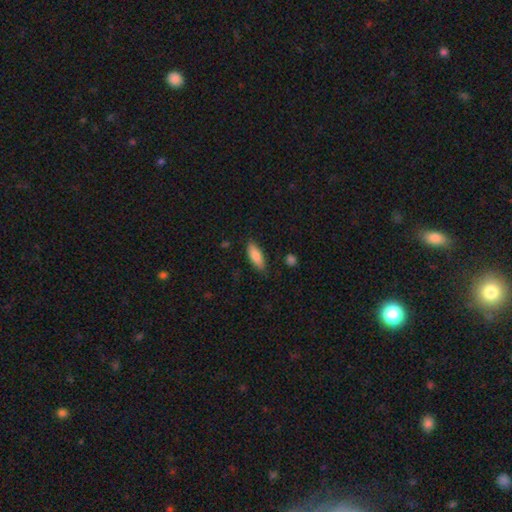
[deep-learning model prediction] Smooth or featured: smooth — 83% (featured or disk — 11%)
How rounded: in between — 66% (cigar-shaped — 32%)
Merging: none — 83% (minor disturbance — 13%)